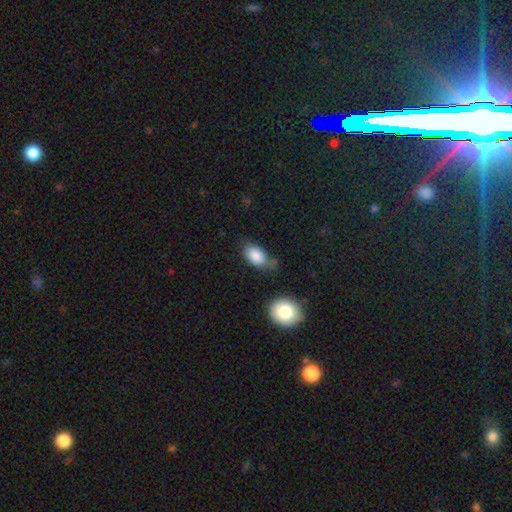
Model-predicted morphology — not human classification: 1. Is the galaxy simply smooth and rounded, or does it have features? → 86% smooth, 7% featured or disk, 7% star or artifact.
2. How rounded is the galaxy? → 91% in between, 6% round, 2% cigar-shaped.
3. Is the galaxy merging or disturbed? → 57% none, 26% minor disturbance, 10% merger, 7% major disturbance.